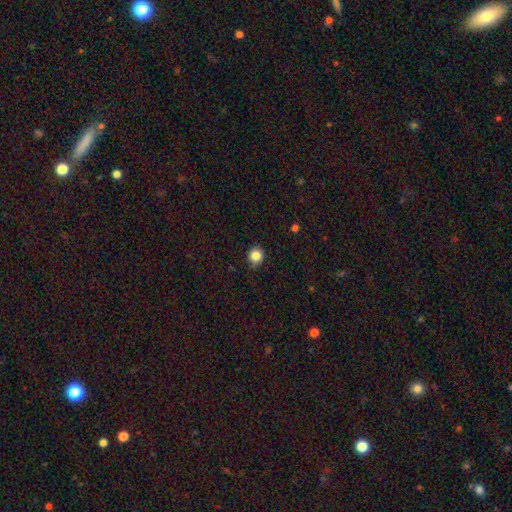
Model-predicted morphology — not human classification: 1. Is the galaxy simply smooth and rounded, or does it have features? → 83% smooth, 11% star or artifact, 6% featured or disk.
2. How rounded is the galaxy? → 84% round, 16% in between, 1% cigar-shaped.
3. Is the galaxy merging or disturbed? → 82% none, 14% minor disturbance, 2% major disturbance, 1% merger.